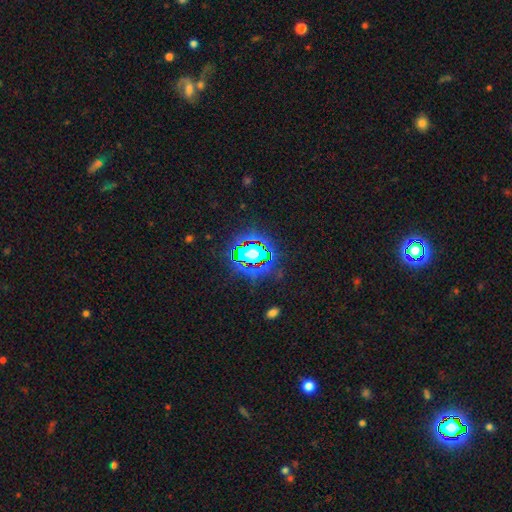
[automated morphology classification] A star or artifact, not a galaxy (65%).

Vote fractions:
- Smooth or featured? star or artifact: 65% / smooth: 21% / featured or disk: 13%